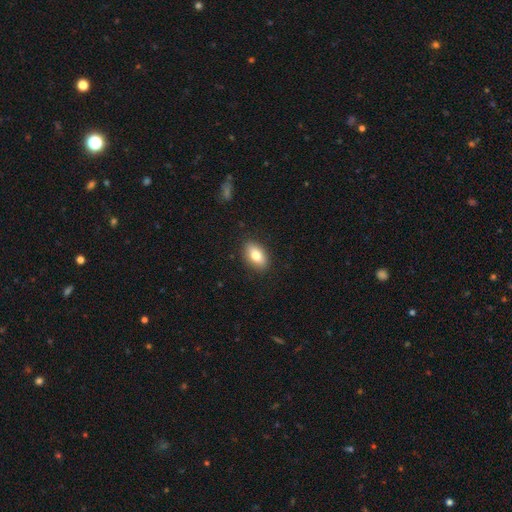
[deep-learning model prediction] Morphology: type=smooth (79%); roundness=in between (89%); merging=none (88%).